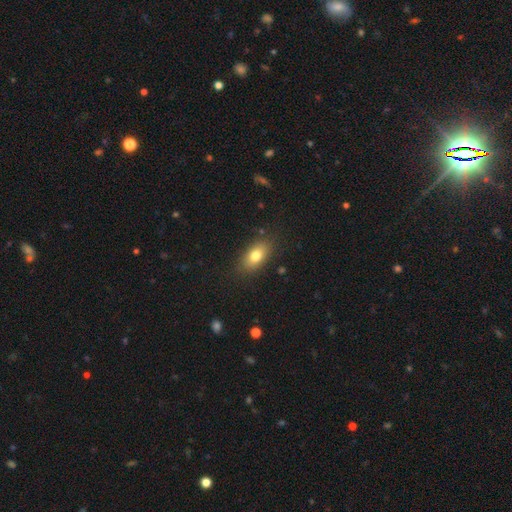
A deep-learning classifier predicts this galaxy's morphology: Q: Smooth or featured?
A: smooth (77%); runner-up: featured or disk (14%)
Q: How rounded?
A: in between (85%); runner-up: round (9%)
Q: Merging?
A: none (83%); runner-up: minor disturbance (12%)